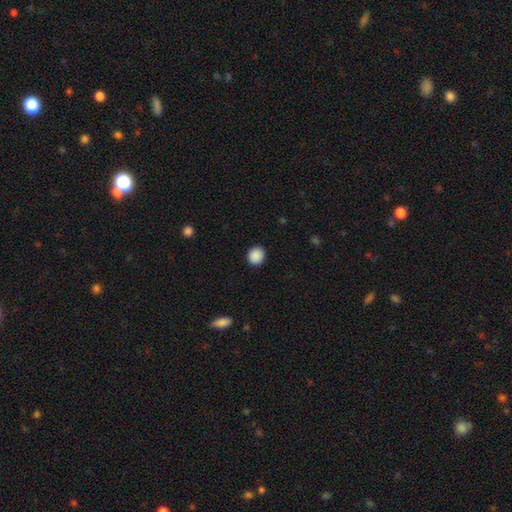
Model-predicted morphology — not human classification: A smooth galaxy with no disk features (90%) that is round (83%).

Vote fractions:
- Smooth or featured? smooth: 90% / star or artifact: 8% / featured or disk: 2%
- How rounded? round: 83% / in between: 16% / cigar-shaped: 1%
- Merging? none: 91% / minor disturbance: 6% / major disturbance: 2% / merger: 1%